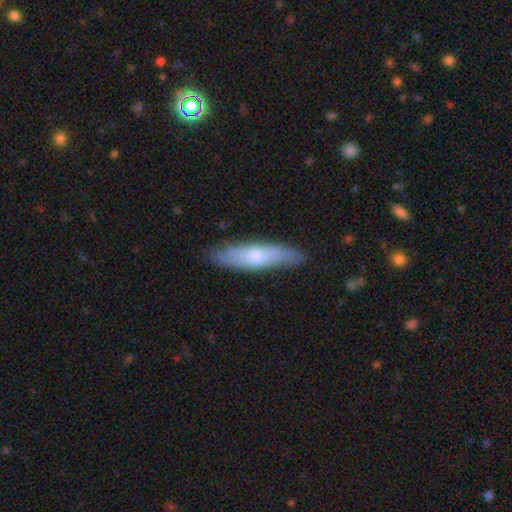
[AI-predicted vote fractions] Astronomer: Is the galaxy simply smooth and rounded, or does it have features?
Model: smooth — 52% (runner-up: featured or disk, 42%).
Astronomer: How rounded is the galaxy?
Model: cigar-shaped — 69%.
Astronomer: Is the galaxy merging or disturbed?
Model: none — 82%.